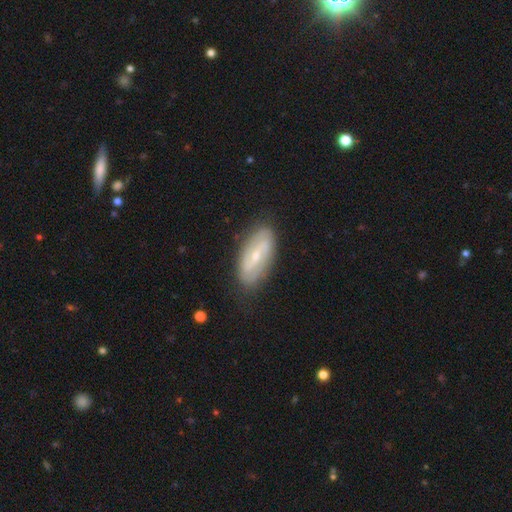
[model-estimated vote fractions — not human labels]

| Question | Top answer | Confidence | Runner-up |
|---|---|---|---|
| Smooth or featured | featured or disk | 72% | smooth (22%) |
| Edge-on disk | no | 90% | yes (10%) |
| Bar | weak | 42% | strong (40%) |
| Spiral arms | yes | 77% | no (23%) |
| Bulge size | small | 68% | moderate (28%) |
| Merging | none | 83% | minor disturbance (13%) |